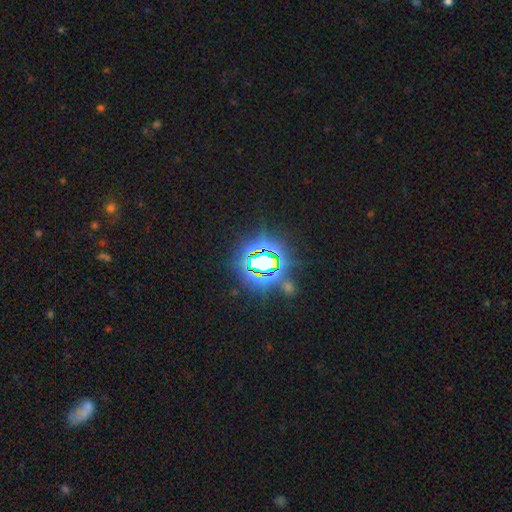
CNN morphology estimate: smooth-or-featured: star or artifact: 78% | smooth: 12% | featured or disk: 9%